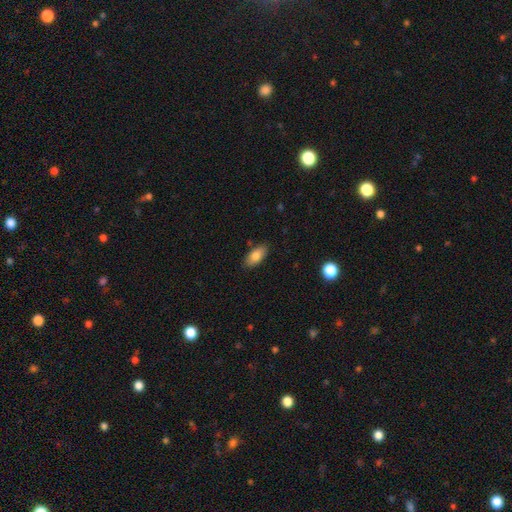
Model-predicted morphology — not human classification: The model was most divided on "smooth or featured": smooth: 82%, featured or disk: 11%, star or artifact: 7%. More confident: how rounded — in between (89%); merging — none (85%).